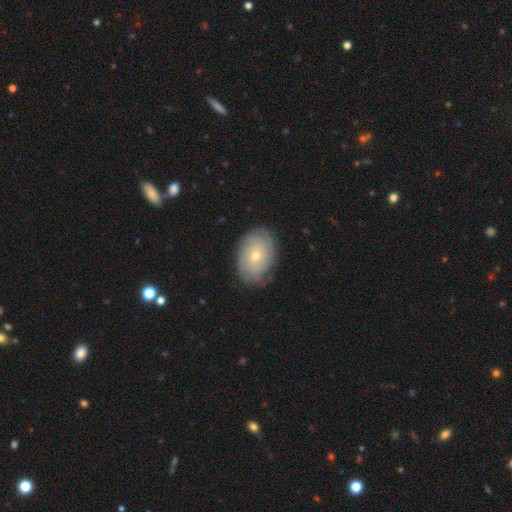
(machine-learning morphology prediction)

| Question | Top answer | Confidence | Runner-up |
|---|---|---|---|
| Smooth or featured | featured or disk | 51% | smooth (41%) |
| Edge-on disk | no | 95% | yes (5%) |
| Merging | none | 81% | minor disturbance (14%) |